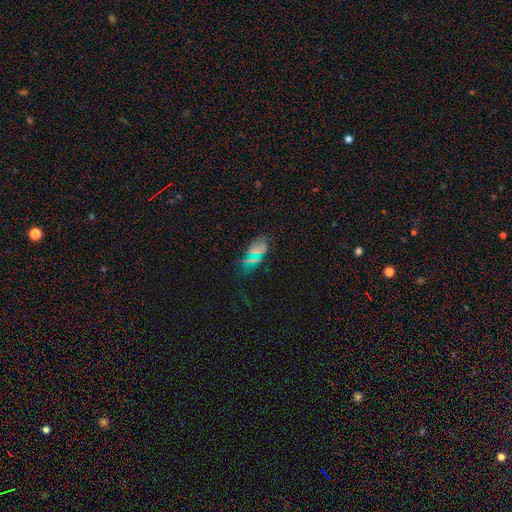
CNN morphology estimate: Smooth or featured? Predicted: star or artifact (p=0.46).